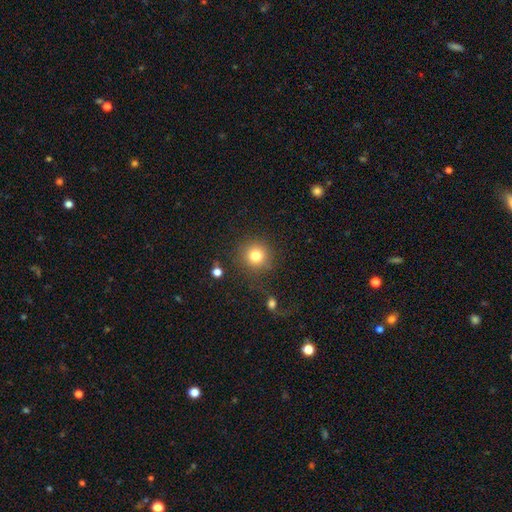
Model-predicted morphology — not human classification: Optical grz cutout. It shows a smooth galaxy with no disk features (80%) that is round (93%). Merging: none (83%).